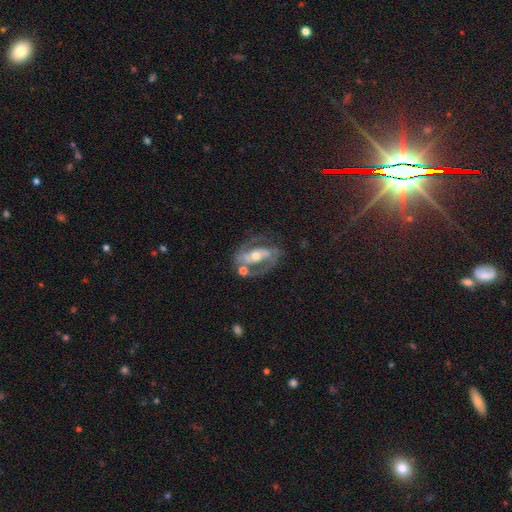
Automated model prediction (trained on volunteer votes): Morphology: type=featured or disk (83%); edge-on=no (95%); bar=strong (40%); spiral arms=yes (88%); winding=medium (52%); arm count=2 (86%); bulge=moderate (66%); merging=none (60%).